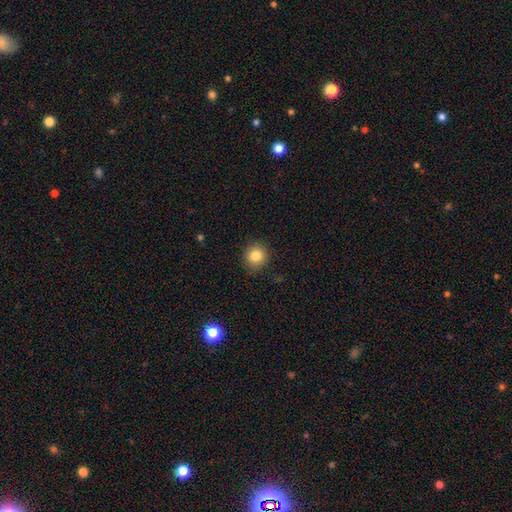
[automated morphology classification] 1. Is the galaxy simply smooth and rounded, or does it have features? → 84% smooth, 10% star or artifact, 6% featured or disk.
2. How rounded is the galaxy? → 89% round, 10% in between, 1% cigar-shaped.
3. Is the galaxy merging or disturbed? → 87% none, 10% minor disturbance, 2% major disturbance, 1% merger.